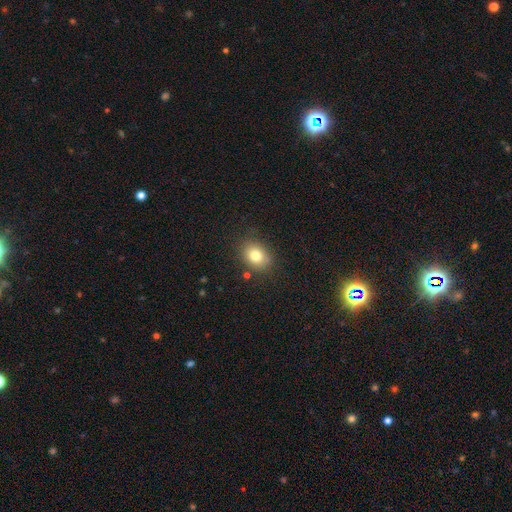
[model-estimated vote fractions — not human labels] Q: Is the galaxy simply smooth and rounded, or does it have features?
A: smooth — 79%.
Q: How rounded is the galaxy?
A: in between — 56%.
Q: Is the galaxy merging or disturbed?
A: none — 83%.